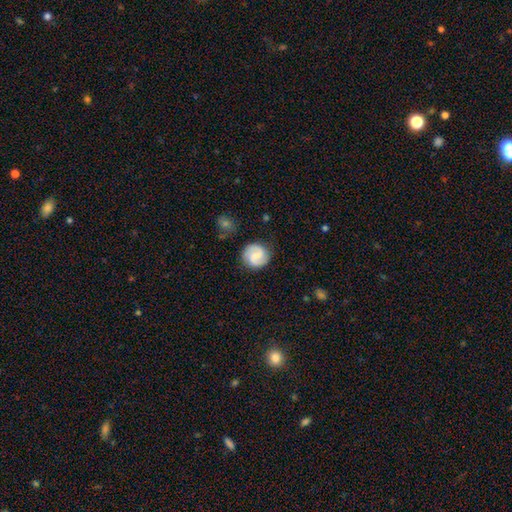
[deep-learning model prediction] Smooth or featured? featured or disk (67%)
Edge-on disk? no (98%)
Bar? weak (54%)
Spiral arms? yes (95%)
Spiral winding? medium (48%)
Spiral arm count? 2 (90%)
Bulge size? small (45%)
Merging? none (85%)